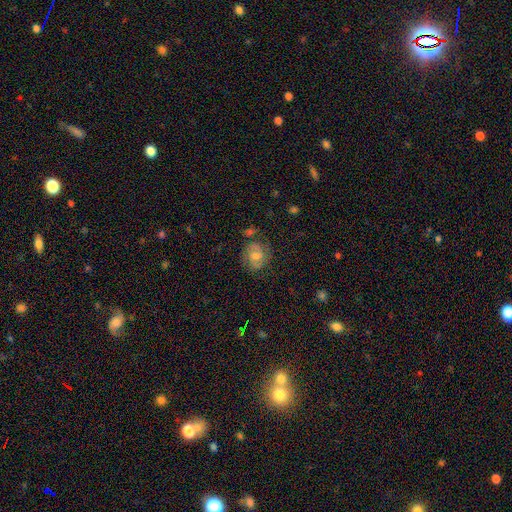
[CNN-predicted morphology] type=featured or disk (62%); edge-on=no (97%); bar=weak (45%); spiral arms=yes (89%); winding=medium (45%); arm count=2 (81%); bulge=moderate (52%); merging=none (75%).